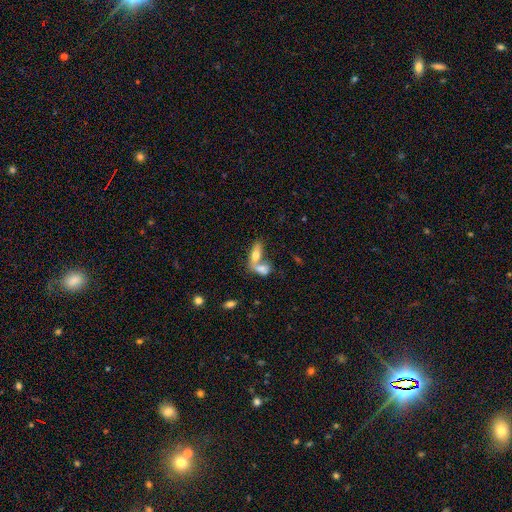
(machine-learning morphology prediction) type=smooth (66%); roundness=in between (70%); merging=merger (61%).